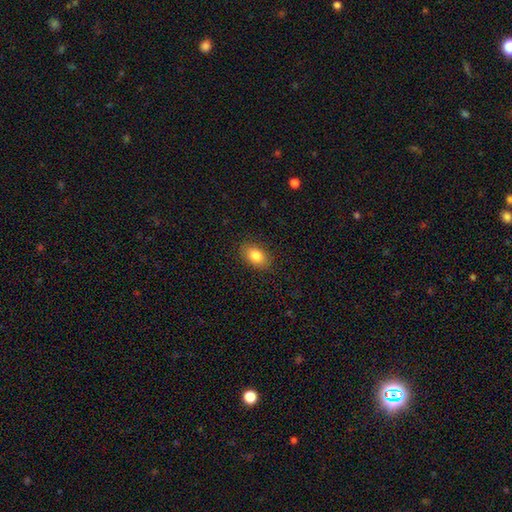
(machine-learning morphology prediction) Smooth or featured? smooth (83%)
How rounded? in between (85%)
Merging? none (87%)